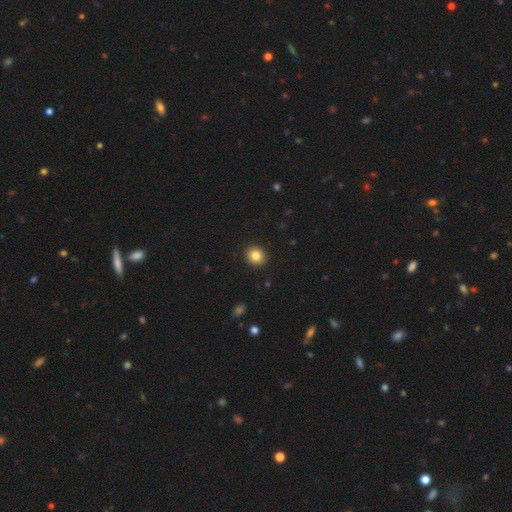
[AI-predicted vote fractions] This is clearly a smooth galaxy (84%). How rounded: clearly round (83%). Merging: clearly none (92%).